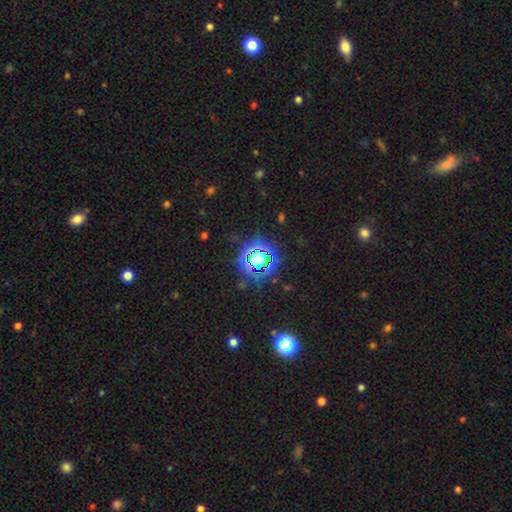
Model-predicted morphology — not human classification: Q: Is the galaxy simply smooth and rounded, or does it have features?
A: star or artifact — 79%.